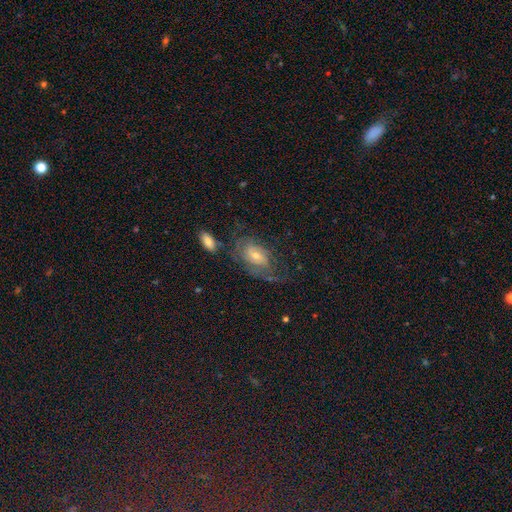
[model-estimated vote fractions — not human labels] Morphology: type=featured or disk (63%); edge-on=no (93%); bar=no (62%); spiral arms=yes (76%); bulge=small (54%); merging=none (44%).